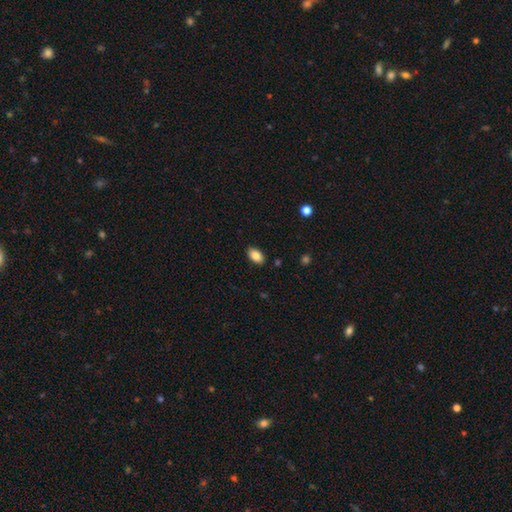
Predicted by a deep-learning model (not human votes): Overall: smooth (85%). How rounded: in between (93%). Merging: none (88%).